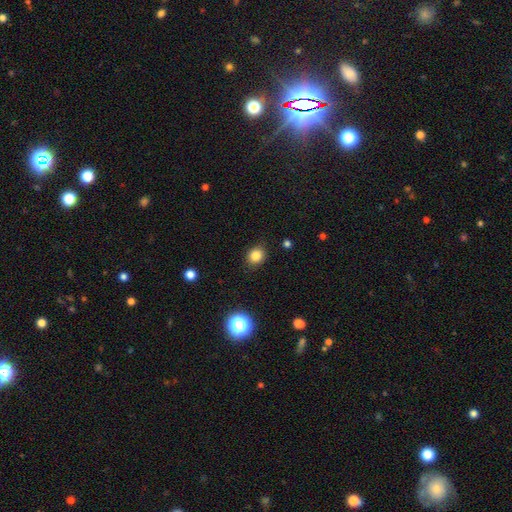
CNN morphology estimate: Q: Smooth or featured?
A: smooth (83%); runner-up: star or artifact (12%)
Q: How rounded?
A: round (70%); runner-up: in between (29%)
Q: Merging?
A: none (87%); runner-up: minor disturbance (9%)